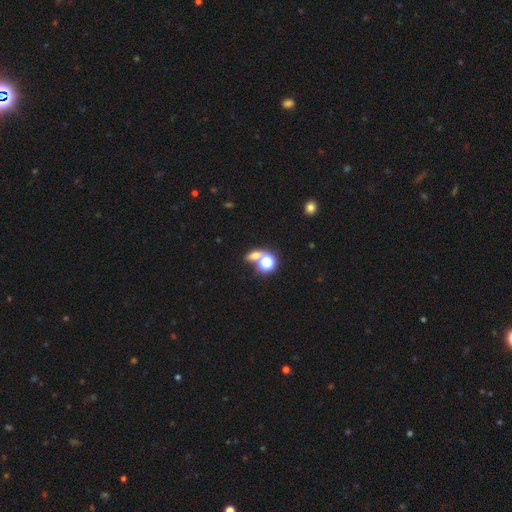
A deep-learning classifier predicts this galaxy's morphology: Q: Smooth or featured?
A: smooth (54%); runner-up: star or artifact (33%)
Q: How rounded?
A: in between (49%); runner-up: round (43%)
Q: Merging?
A: none (57%); runner-up: merger (29%)